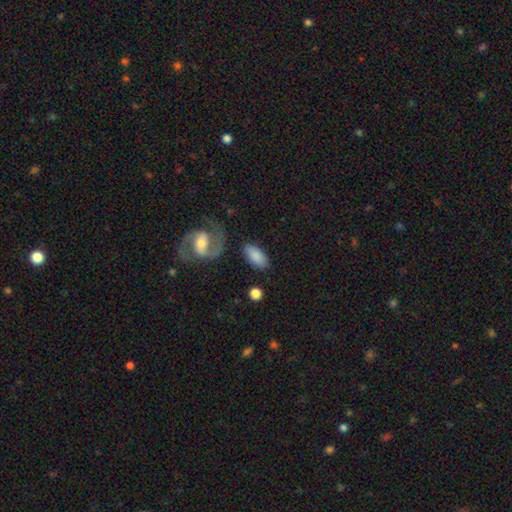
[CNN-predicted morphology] Overall: smooth (78%). How rounded: in between (92%). Merging: none (77%).